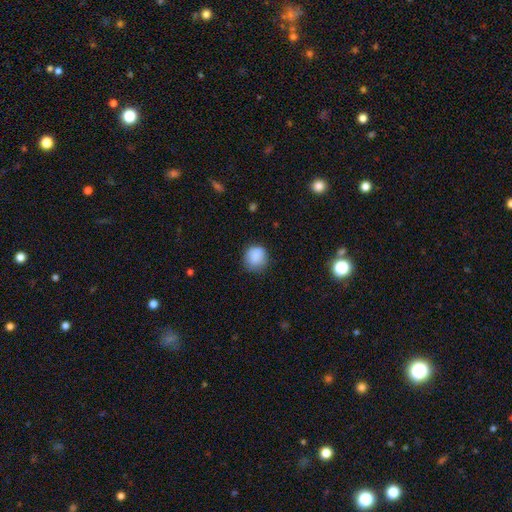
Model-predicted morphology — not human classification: Smooth or featured? Predicted: smooth (p=0.85). How rounded? Predicted: round (p=0.80). Merging? Predicted: none (p=0.73).